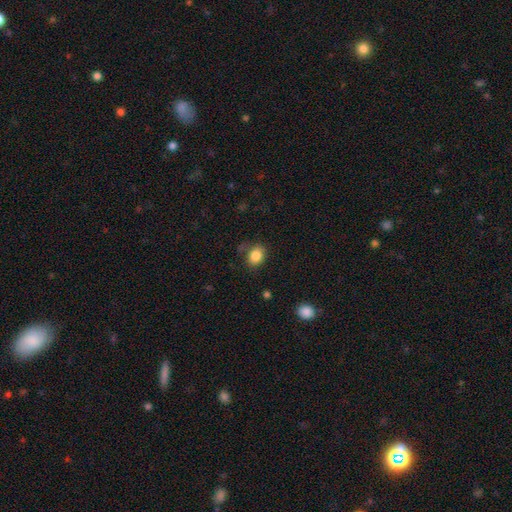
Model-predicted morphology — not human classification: Smooth or featured? smooth (86%)
How rounded? in between (52%)
Merging? none (76%)